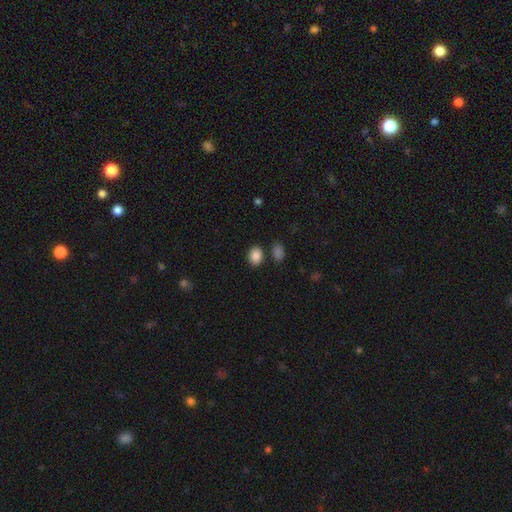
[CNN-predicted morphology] A smooth galaxy with no disk features (87%) that is in between round and cigar-shaped (60%).

Vote fractions:
- Smooth or featured? smooth: 87% / star or artifact: 9% / featured or disk: 4%
- How rounded? in between: 60% / round: 39% / cigar-shaped: 1%
- Merging? none: 80% / minor disturbance: 10% / merger: 7% / major disturbance: 3%